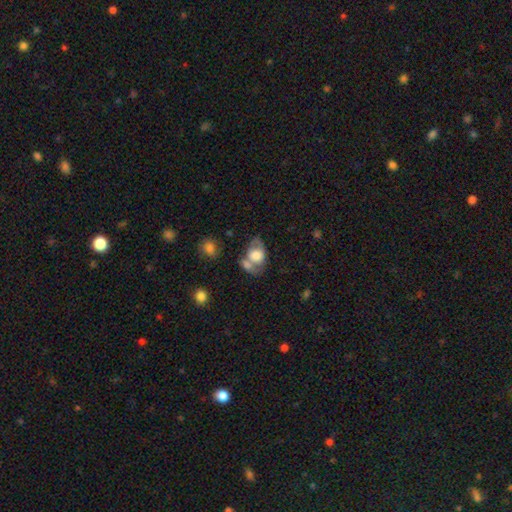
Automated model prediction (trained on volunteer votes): Q: Smooth or featured?
A: smooth (60%); runner-up: featured or disk (33%)
Q: How rounded?
A: in between (77%); runner-up: round (21%)
Q: Merging?
A: merger (37%); runner-up: none (34%)